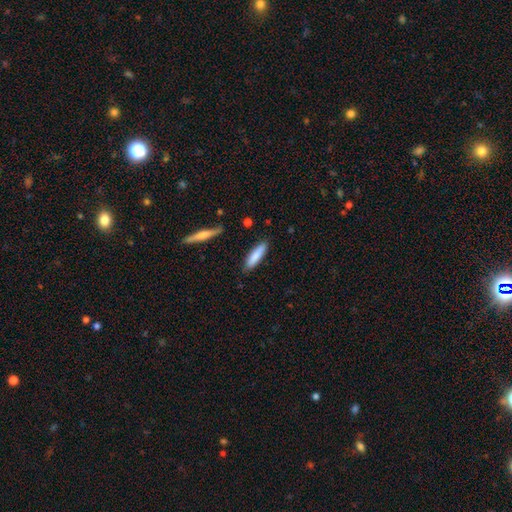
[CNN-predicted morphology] Smooth or featured?
  - smooth: 82% *
  - featured or disk: 12%
  - star or artifact: 6%
How rounded?
  - cigar-shaped: 72% *
  - in between: 27%
  - round: 1%
Merging?
  - none: 86% *
  - minor disturbance: 10%
  - major disturbance: 2%
  - merger: 2%